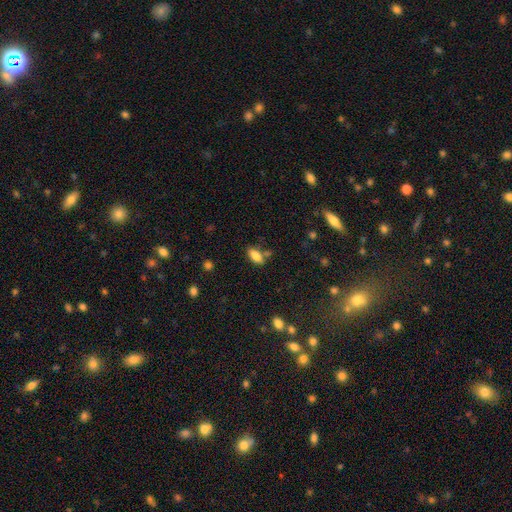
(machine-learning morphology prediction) Smooth or featured?
  - smooth: 84% *
  - star or artifact: 9%
  - featured or disk: 8%
How rounded?
  - in between: 87% *
  - cigar-shaped: 9%
  - round: 3%
Merging?
  - none: 71% *
  - minor disturbance: 14%
  - merger: 11%
  - major disturbance: 4%